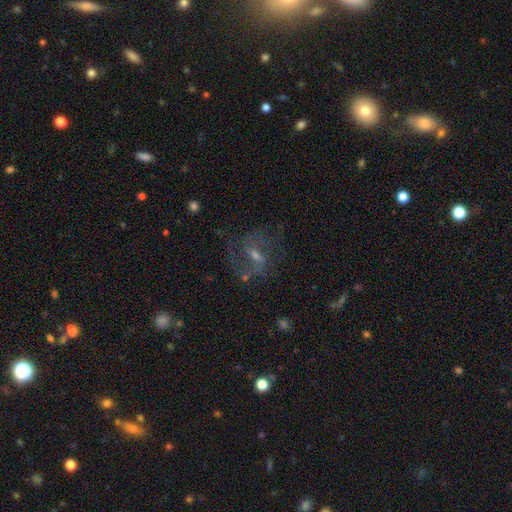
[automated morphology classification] smooth_or_featured: featured or disk (p=0.71) [alt: star or artifact p=0.14]
disk_edge_on: no (p=0.96) [alt: yes p=0.04]
bar: weak (p=0.53) [alt: no p=0.26]
has_spiral_arms: yes (p=0.87) [alt: no p=0.13]
spiral_winding: medium (p=0.51) [alt: loose p=0.29]
spiral_arm_count: 2 (p=0.70) [alt: can't tell p=0.15]
bulge_size: moderate (p=0.46) [alt: small p=0.42]
merging: none (p=0.64) [alt: major disturbance p=0.17]